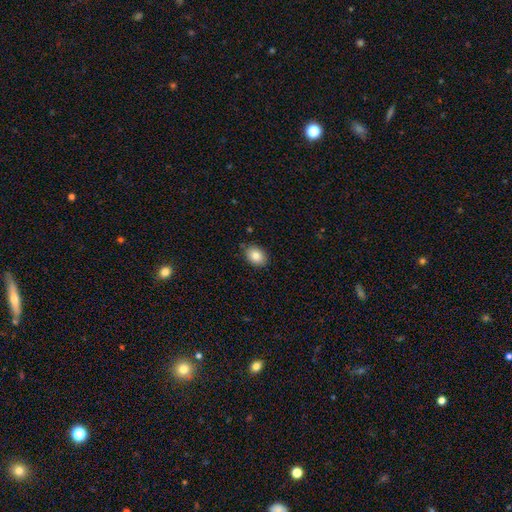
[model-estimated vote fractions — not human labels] A smooth galaxy with no disk features (84%) that is in between round and cigar-shaped (69%). Merging: none (85%).